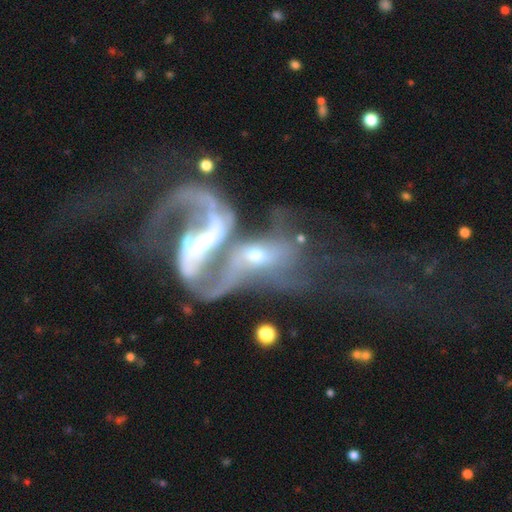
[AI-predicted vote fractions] Overall: featured or disk (76%). Edge-on disk: no (94%). Bar: no (37%; strong 32%). Spiral arms: yes (76%). Spiral arm count: 2 (66%). Spiral winding: loose (69%). Bulge size: moderate (49%; small 37%). Merging: merger (73%).